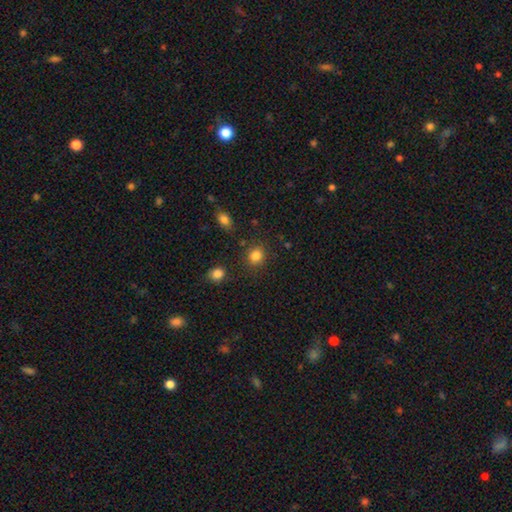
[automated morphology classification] type=smooth (84%); roundness=round (80%); merging=none (85%).